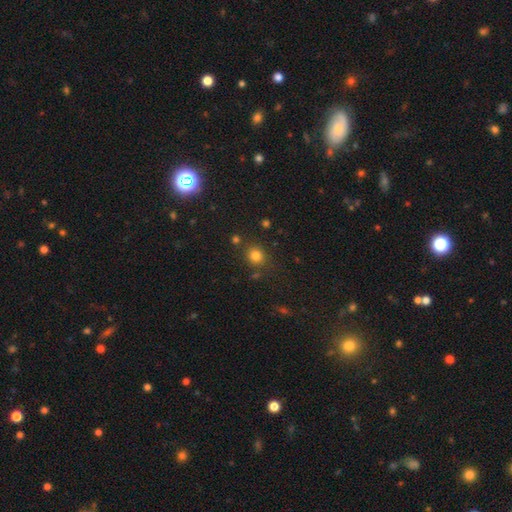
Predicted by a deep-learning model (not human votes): smooth-or-featured: smooth: 79% | star or artifact: 15% | featured or disk: 6%
  how-rounded: round: 82% | in between: 17% | cigar-shaped: 1%
  merging: none: 79% | minor disturbance: 10% | merger: 7% | major disturbance: 4%